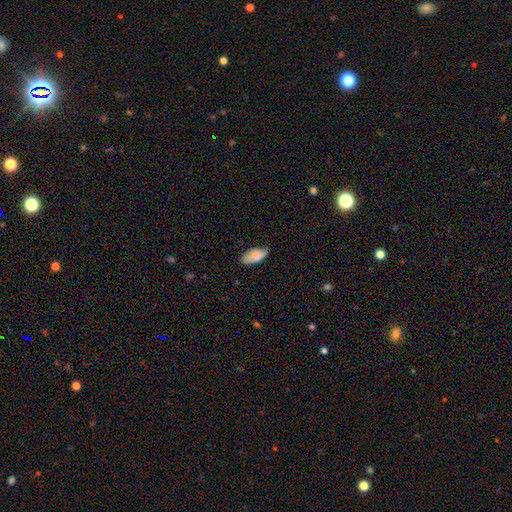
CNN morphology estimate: smooth_or_featured: smooth (p=0.85) [alt: featured or disk p=0.09]
how_rounded: in between (p=0.92) [alt: cigar-shaped p=0.06]
merging: none (p=0.69) [alt: minor disturbance p=0.25]